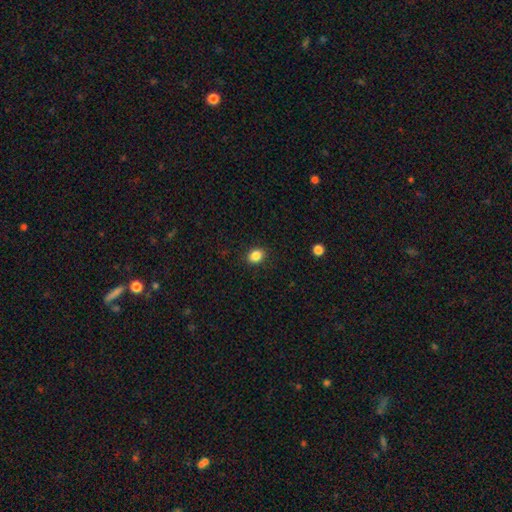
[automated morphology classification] Smooth or featured: smooth — 86% (star or artifact — 10%)
How rounded: in between — 56% (round — 43%)
Merging: none — 89% (minor disturbance — 8%)